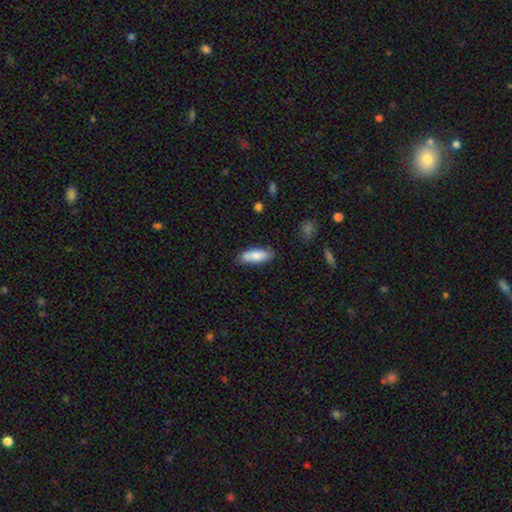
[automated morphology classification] Smooth or featured?
  - smooth: 81% *
  - featured or disk: 13%
  - star or artifact: 6%
How rounded?
  - in between: 64% *
  - cigar-shaped: 34%
  - round: 2%
Merging?
  - none: 79% *
  - minor disturbance: 16%
  - major disturbance: 3%
  - merger: 3%